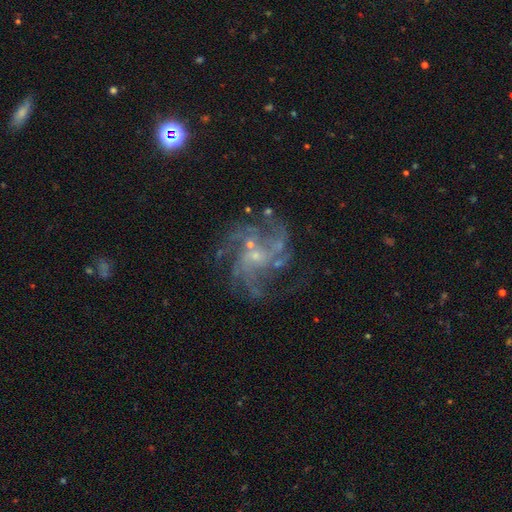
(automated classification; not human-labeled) Morphology: type=featured or disk (84%); edge-on=no (98%); bar=no (67%); spiral arms=yes (95%); winding=medium (49%); arm count=4 (38%); bulge=small (72%); merging=none (66%).